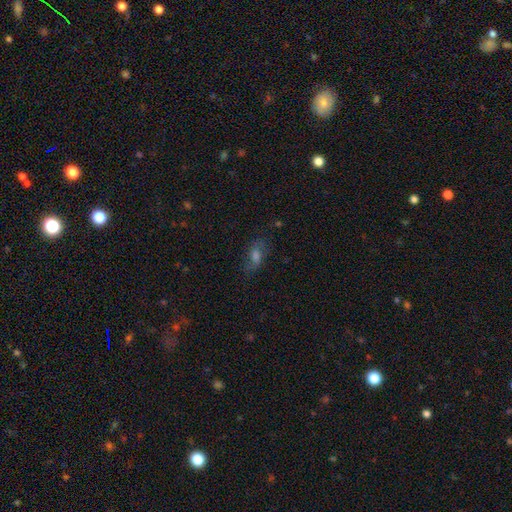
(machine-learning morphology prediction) smooth 44%, featured or disk 36%, star or artifact 20%. Down the decision tree: merging — none (71%).